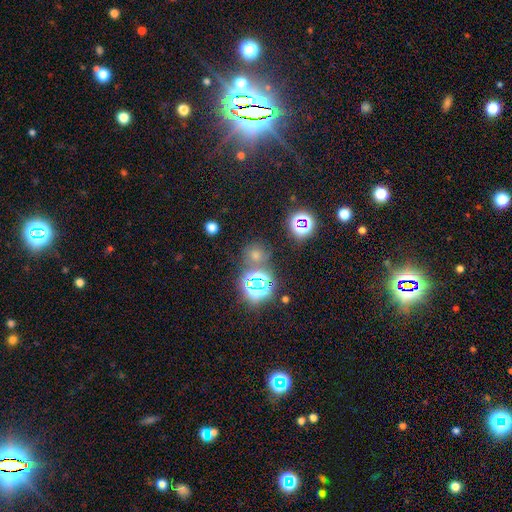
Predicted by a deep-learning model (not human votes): The model was most divided on "smooth or featured": star or artifact: 58%, smooth: 35%, featured or disk: 7%.